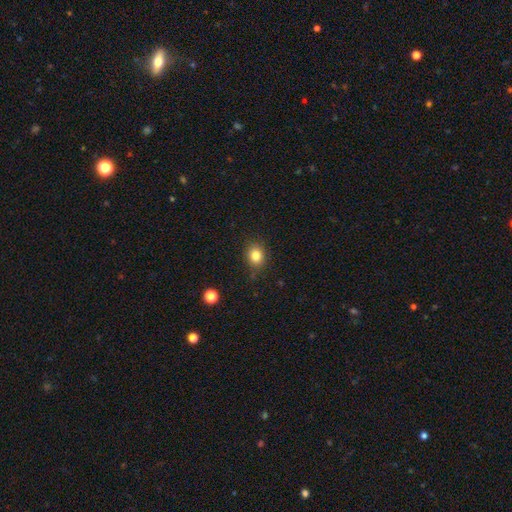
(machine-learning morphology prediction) smooth_or_featured: smooth (p=0.83) [alt: star or artifact p=0.11]
how_rounded: round (p=0.62) [alt: in between p=0.37]
merging: none (p=0.81) [alt: minor disturbance p=0.14]